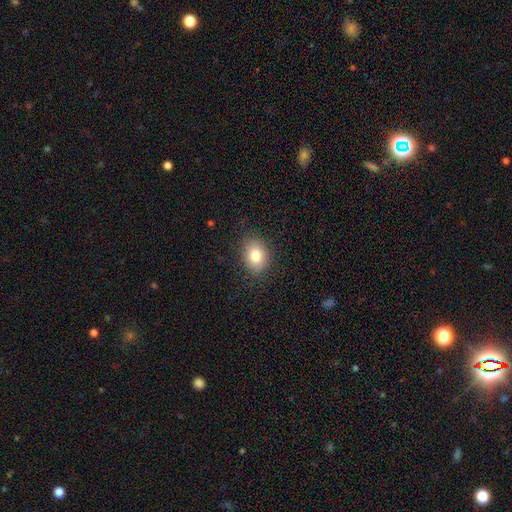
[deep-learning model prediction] smooth-or-featured: smooth: 81% | star or artifact: 10% | featured or disk: 10%
  how-rounded: in between: 60% | round: 39% | cigar-shaped: 1%
  merging: none: 85% | minor disturbance: 11% | major disturbance: 3% | merger: 1%